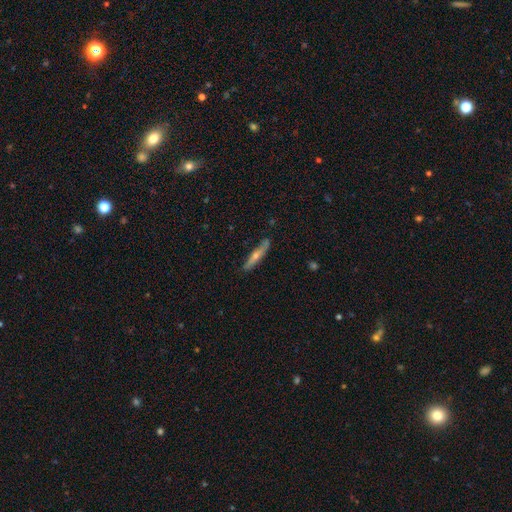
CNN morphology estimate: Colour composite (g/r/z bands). It shows a featured or disk galaxy (55%) viewed edge-on (90%) with a rounded central bulge (85%). Merging: none (84%).